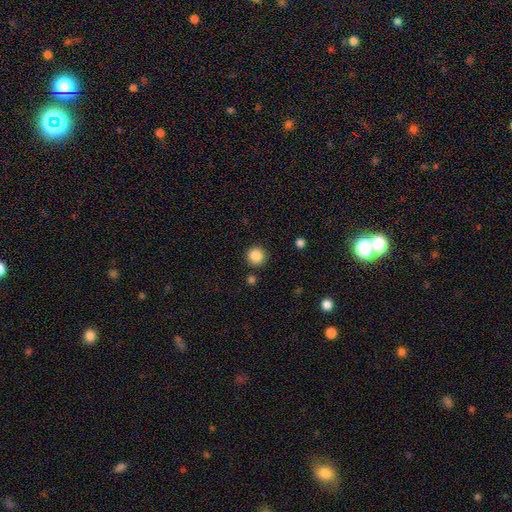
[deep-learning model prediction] This is clearly a smooth galaxy (86%). How rounded: clearly round (95%). Merging: clearly none (89%).